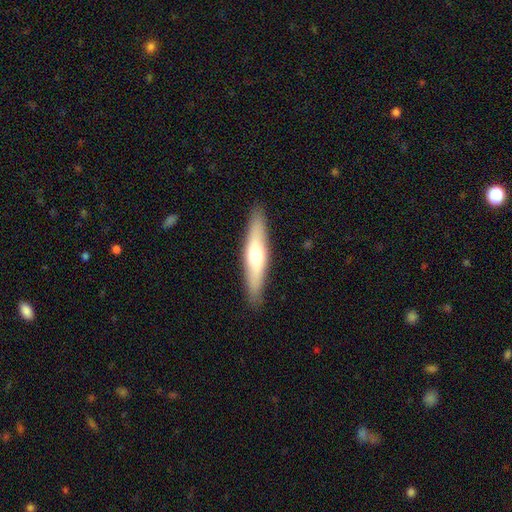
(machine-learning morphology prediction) smooth-or-featured: smooth: 51% | featured or disk: 44% | star or artifact: 5%
  how-rounded: cigar-shaped: 79% | in between: 19% | round: 2%
  merging: none: 89% | minor disturbance: 8% | major disturbance: 2% | merger: 1%